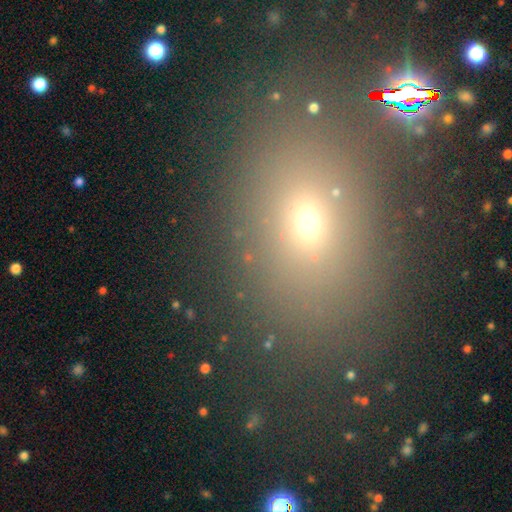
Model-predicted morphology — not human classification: A smooth galaxy with no disk features (57%) that is in between round and cigar-shaped (65%). Merging: none (80%).